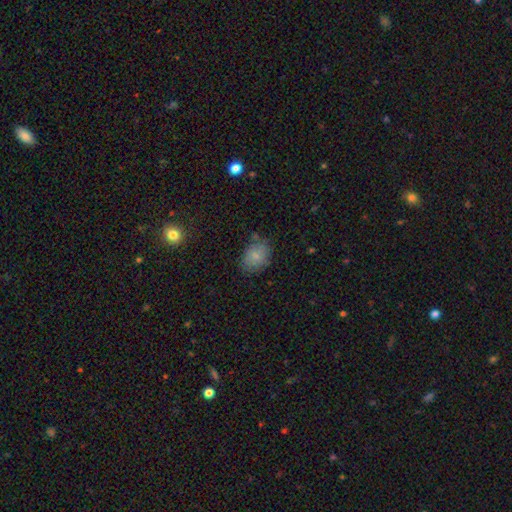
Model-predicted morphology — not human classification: Smooth or featured? smooth (81%)
How rounded? in between (67%)
Merging? none (70%)